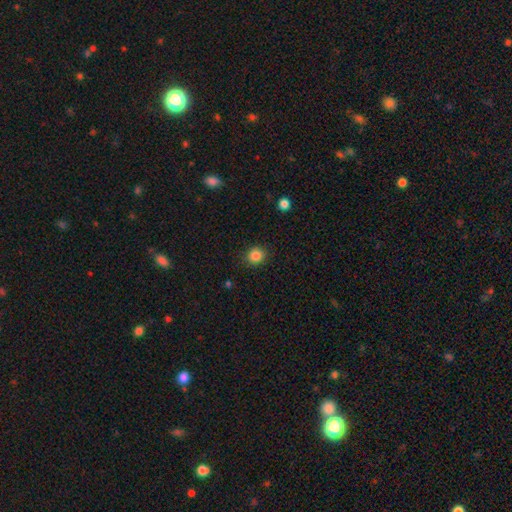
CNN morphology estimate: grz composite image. It shows a smooth galaxy with no disk features (85%) that is round (85%). Merging: none (89%).